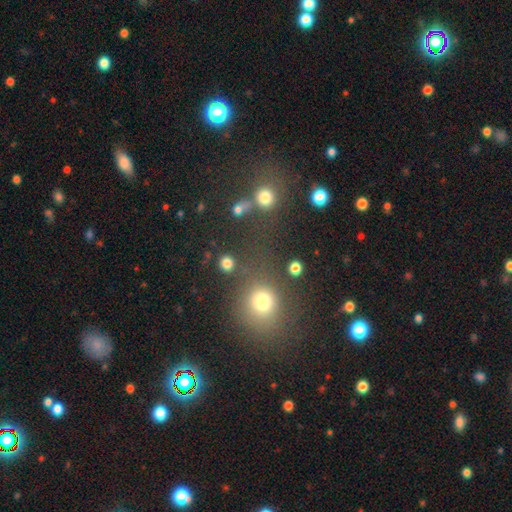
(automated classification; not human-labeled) Smooth or featured: smooth — 52% (star or artifact — 40%)
How rounded: round — 82% (in between — 16%)
Merging: none — 71% (merger — 13%)